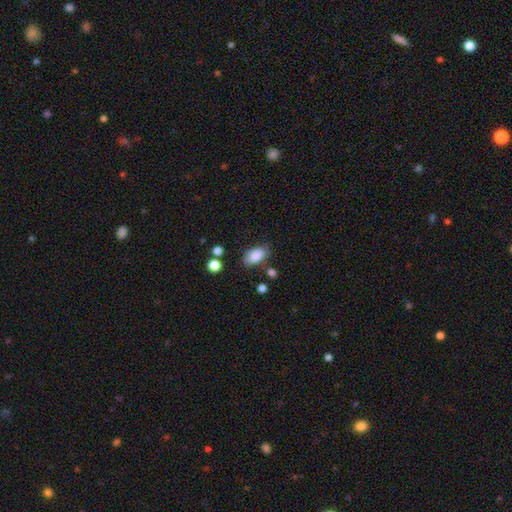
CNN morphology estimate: Smooth or featured?
  - smooth: 83% *
  - featured or disk: 9%
  - star or artifact: 8%
How rounded?
  - in between: 91% *
  - round: 6%
  - cigar-shaped: 3%
Merging?
  - none: 74% *
  - minor disturbance: 17%
  - merger: 5%
  - major disturbance: 4%